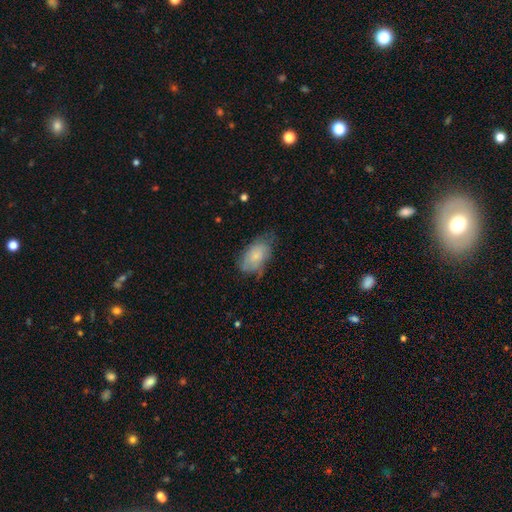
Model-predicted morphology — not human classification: Overall: smooth (70%). How rounded: in between (93%). Merging: none (51%; minor disturbance 35%).